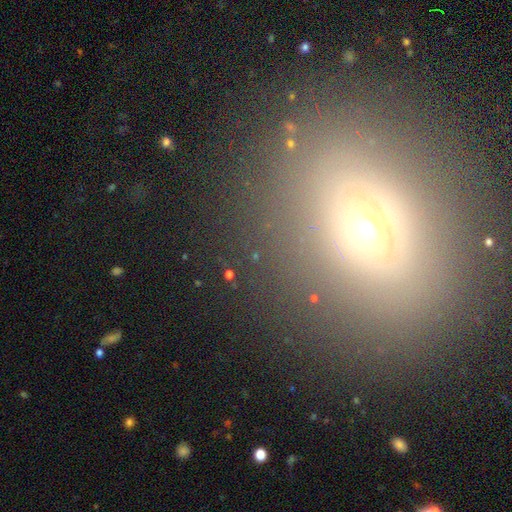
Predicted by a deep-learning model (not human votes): smooth_or_featured: smooth (p=0.43) [alt: featured or disk p=0.32]
merging: none (p=0.78) [alt: minor disturbance p=0.12]